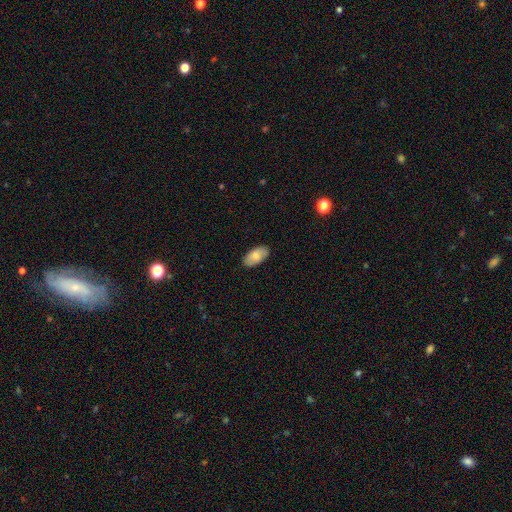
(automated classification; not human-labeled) smooth_or_featured: smooth (p=0.82) [alt: featured or disk p=0.12]
how_rounded: in between (p=0.95) [alt: cigar-shaped p=0.03]
merging: none (p=0.88) [alt: minor disturbance p=0.09]